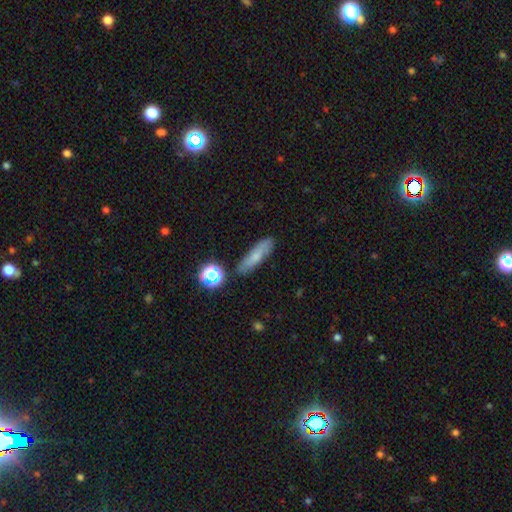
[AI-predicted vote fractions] Morphology: type=smooth (69%); roundness=cigar-shaped (66%); merging=none (81%).